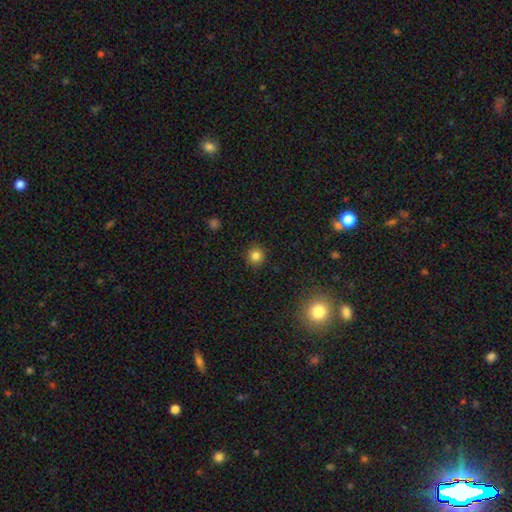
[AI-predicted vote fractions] Smooth or featured: smooth — 83% (star or artifact — 13%)
How rounded: round — 93% (in between — 6%)
Merging: none — 90% (minor disturbance — 7%)